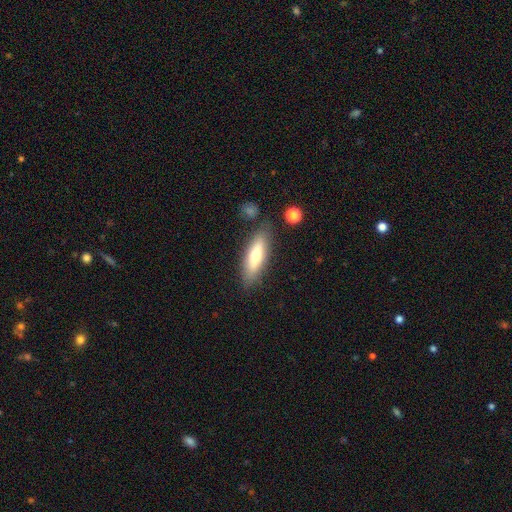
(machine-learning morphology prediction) Overall: smooth (63%; featured or disk 31%). How rounded: cigar-shaped (53%; in between 45%). Merging: none (80%).